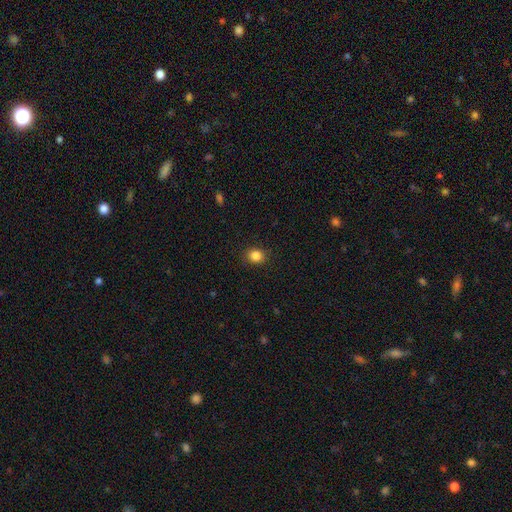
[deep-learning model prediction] A smooth galaxy with no disk features (85%) that is round (70%). Merging: none (90%).